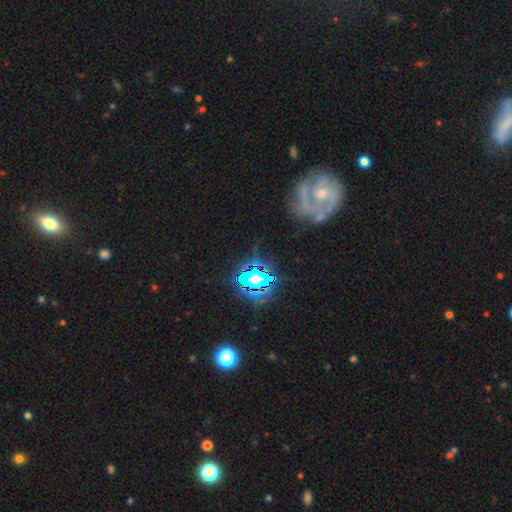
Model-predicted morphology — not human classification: type=star or artifact (52%).